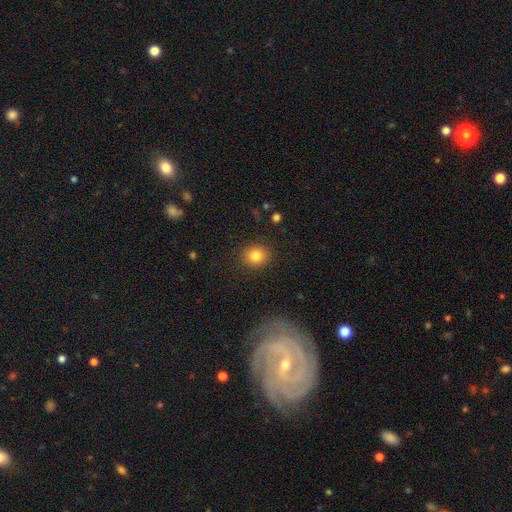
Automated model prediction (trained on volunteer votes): smooth_or_featured: smooth (p=0.83) [alt: star or artifact p=0.10]
how_rounded: round (p=0.77) [alt: in between p=0.22]
merging: none (p=0.89) [alt: minor disturbance p=0.07]